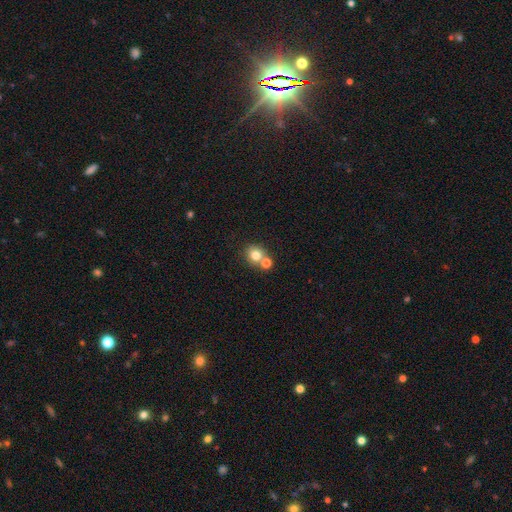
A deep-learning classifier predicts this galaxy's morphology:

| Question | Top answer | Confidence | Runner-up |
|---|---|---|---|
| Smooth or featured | smooth | 78% | star or artifact (12%) |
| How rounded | round | 80% | in between (20%) |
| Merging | none | 53% | merger (37%) |